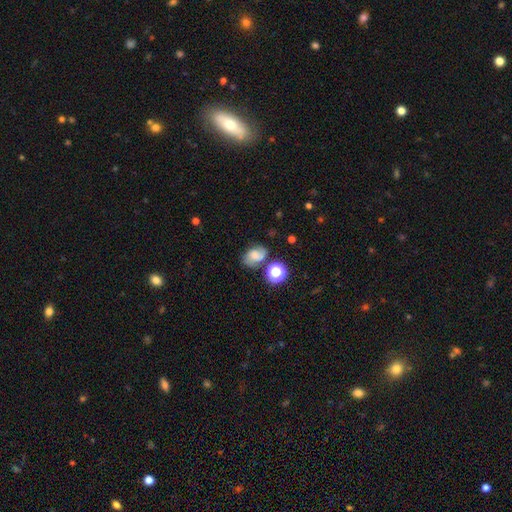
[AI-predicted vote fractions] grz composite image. It shows a featured or disk galaxy (45%). Merging: none (59%).